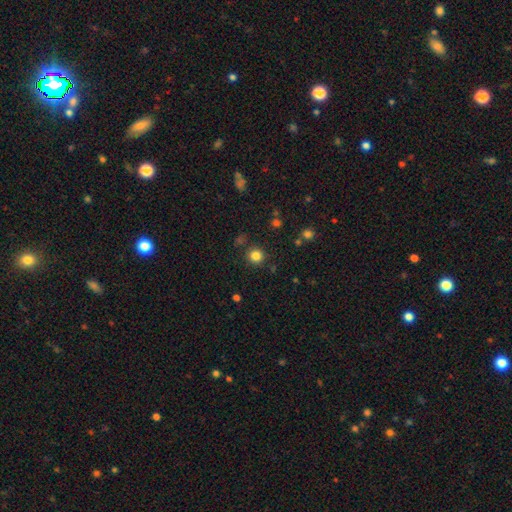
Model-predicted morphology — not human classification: This appears to be a smooth galaxy with no disk features (82%) that is round (94%). Merging: none (87%).